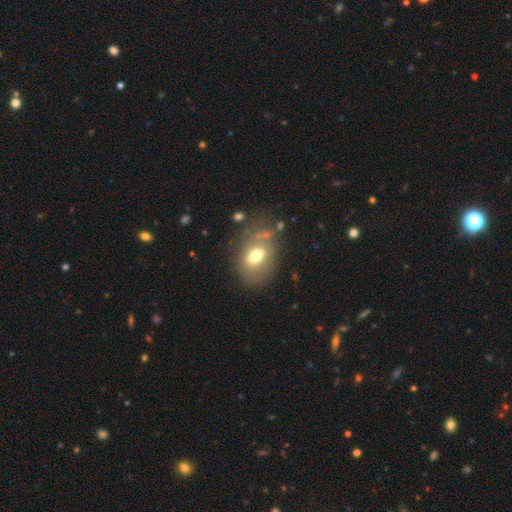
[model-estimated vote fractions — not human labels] smooth-or-featured: smooth: 64% | featured or disk: 26% | star or artifact: 10%
  how-rounded: in between: 75% | round: 23% | cigar-shaped: 1%
  merging: none: 61% | minor disturbance: 20% | major disturbance: 12% | merger: 7%